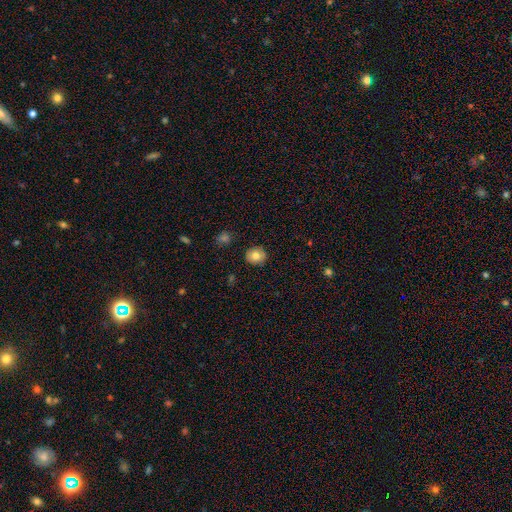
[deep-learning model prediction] smooth_or_featured: smooth (p=0.76) [alt: featured or disk p=0.15]
how_rounded: round (p=0.81) [alt: in between p=0.18]
merging: none (p=0.89) [alt: minor disturbance p=0.08]